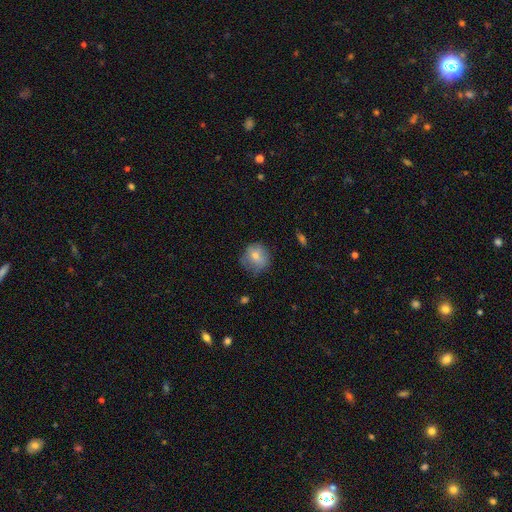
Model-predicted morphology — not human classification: Smooth or featured? Predicted: smooth (p=0.68). How rounded? Predicted: round (p=0.82). Merging? Predicted: none (p=0.65).